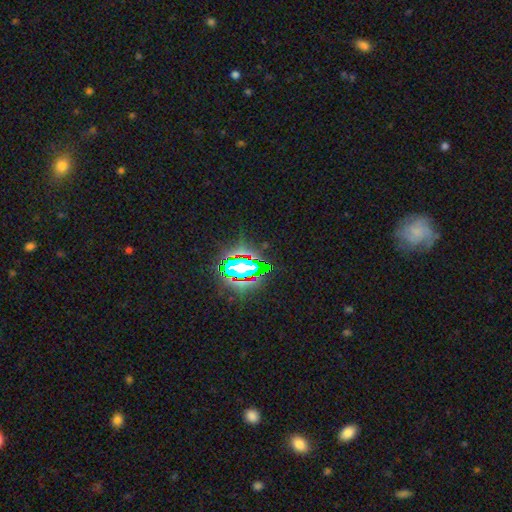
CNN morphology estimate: Smooth or featured: star or artifact — 79% (smooth — 12%)